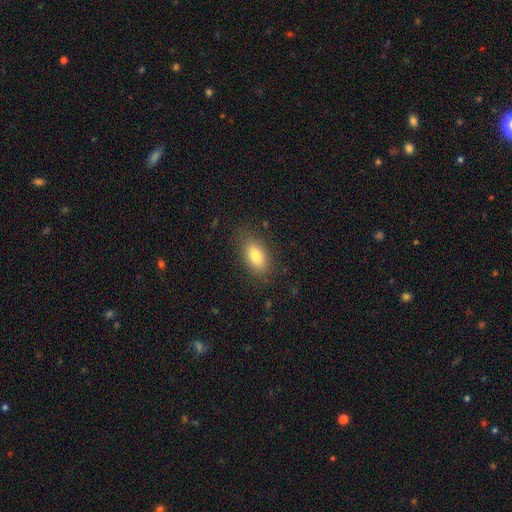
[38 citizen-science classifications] smooth_or_featured: smooth (p=0.79) [alt: featured or disk p=0.18]
how_rounded: in between (p=0.90) [alt: round p=0.07]
merging: none (p=0.92) [alt: minor disturbance p=0.05]